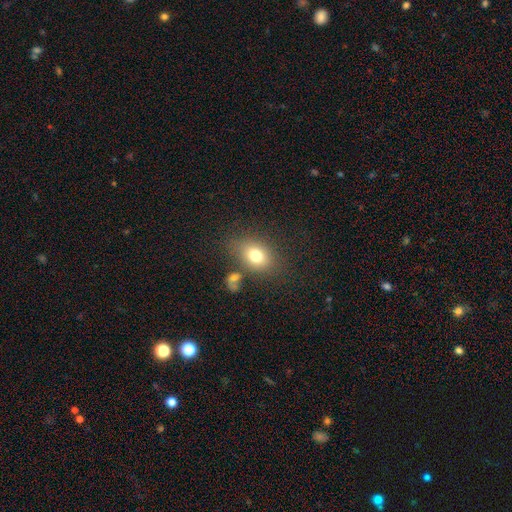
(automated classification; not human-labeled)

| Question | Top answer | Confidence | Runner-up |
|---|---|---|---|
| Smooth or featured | smooth | 75% | featured or disk (14%) |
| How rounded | in between | 68% | round (31%) |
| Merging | none | 67% | minor disturbance (15%) |